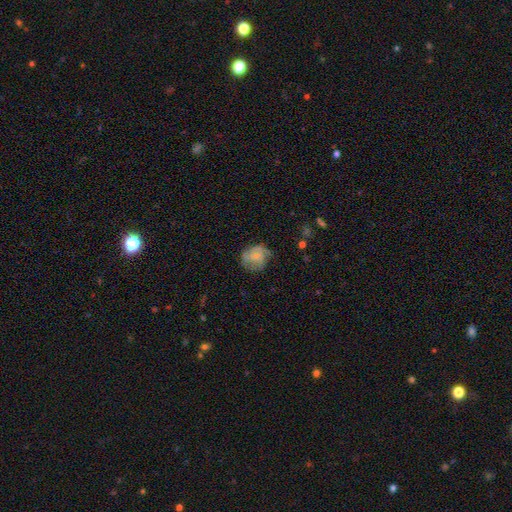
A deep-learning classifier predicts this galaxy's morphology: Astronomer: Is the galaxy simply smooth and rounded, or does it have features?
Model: featured or disk — 51% (runner-up: smooth, 40%).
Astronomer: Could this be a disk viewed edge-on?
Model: no — 98%.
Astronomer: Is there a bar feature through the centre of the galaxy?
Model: no — 72%.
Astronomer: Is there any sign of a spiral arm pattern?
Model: yes — 84%.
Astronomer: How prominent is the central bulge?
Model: small — 50% (runner-up: none, 26%).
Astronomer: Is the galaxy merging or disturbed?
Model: none — 64%.